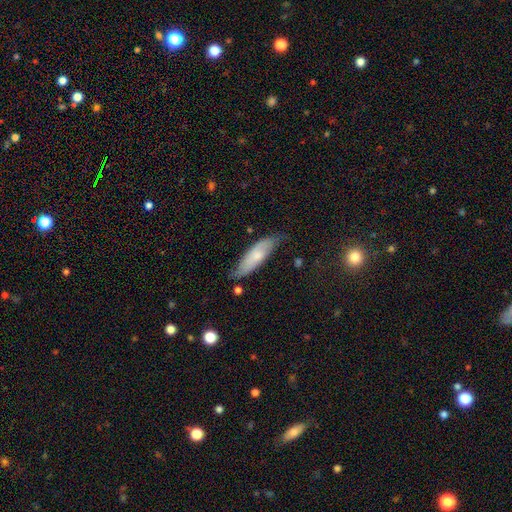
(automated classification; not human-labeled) Overall: smooth (59%; featured or disk 35%). How rounded: in between (52%; cigar-shaped 46%). Merging: none (62%; minor disturbance 29%).